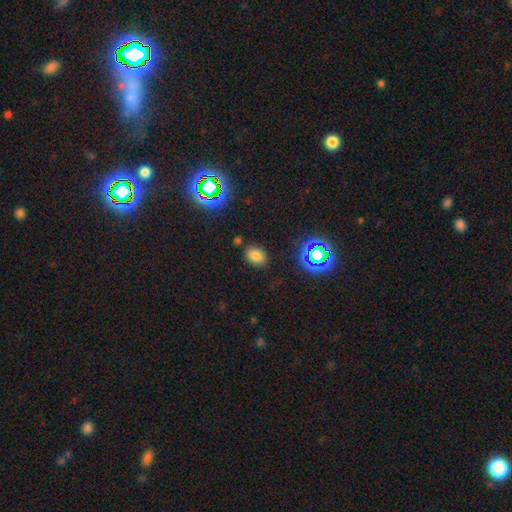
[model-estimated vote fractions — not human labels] smooth_or_featured: smooth (p=0.74) [alt: star or artifact p=0.20]
how_rounded: in between (p=0.73) [alt: round p=0.25]
merging: none (p=0.82) [alt: minor disturbance p=0.11]